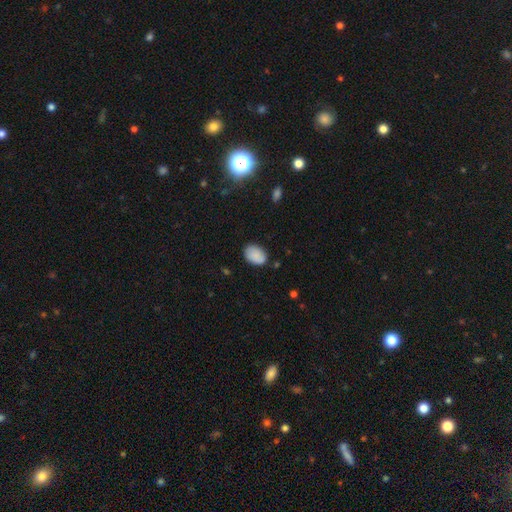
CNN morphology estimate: Smooth or featured: smooth — 88% (star or artifact — 7%)
How rounded: in between — 84% (round — 15%)
Merging: none — 80% (minor disturbance — 15%)